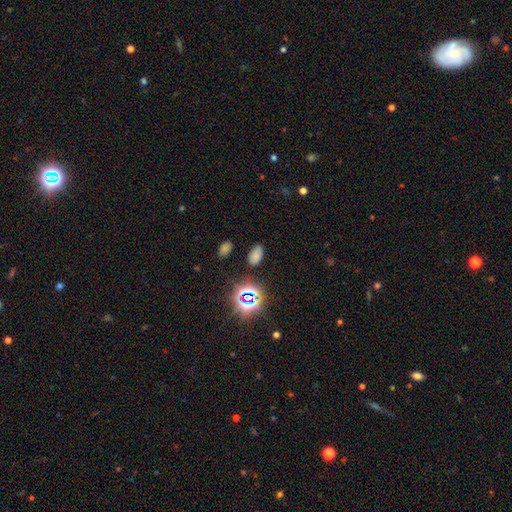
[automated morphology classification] This is likely a smooth galaxy (64%). How rounded: clearly in between (92%). Merging: clearly none (84%).